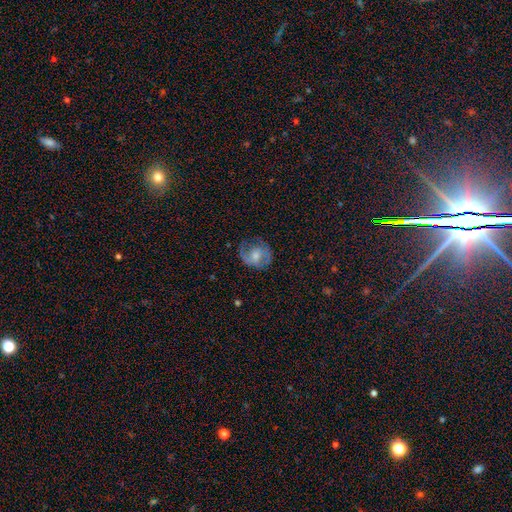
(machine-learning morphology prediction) Smooth or featured: featured or disk — 51% (smooth — 41%)
Edge-on disk: no — 97% (yes — 3%)
Merging: none — 61% (minor disturbance — 23%)